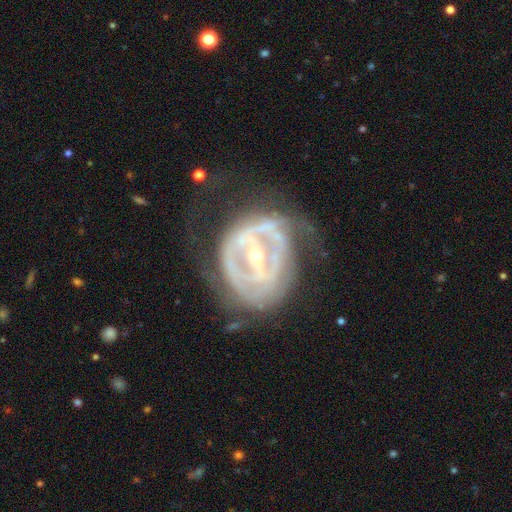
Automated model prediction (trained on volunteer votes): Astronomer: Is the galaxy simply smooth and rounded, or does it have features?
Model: featured or disk — 84%.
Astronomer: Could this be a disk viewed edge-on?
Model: no — 95%.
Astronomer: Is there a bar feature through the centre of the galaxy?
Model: strong — 59%.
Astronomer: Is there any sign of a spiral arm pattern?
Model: yes — 63%.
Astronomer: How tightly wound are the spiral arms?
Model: tight — 58%.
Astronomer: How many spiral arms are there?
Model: can't tell — 43% (runner-up: 2, 34%).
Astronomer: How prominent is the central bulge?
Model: small — 60% (runner-up: moderate, 36%).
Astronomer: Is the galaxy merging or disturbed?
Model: none — 46% (runner-up: major disturbance, 30%).